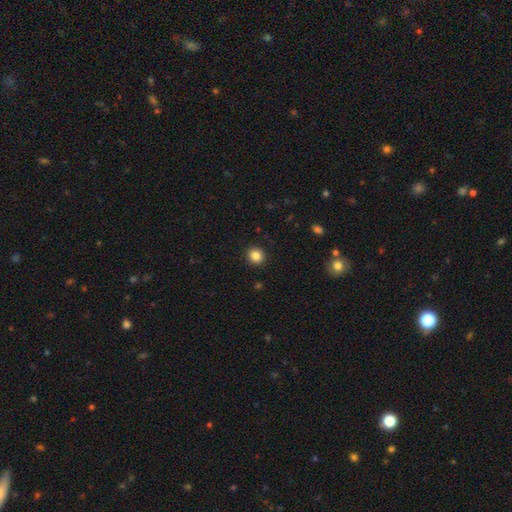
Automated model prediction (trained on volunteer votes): A smooth galaxy with no disk features (85%) that is round (83%).

Vote fractions:
- Smooth or featured? smooth: 85% / star or artifact: 11% / featured or disk: 4%
- How rounded? round: 83% / in between: 16% / cigar-shaped: 1%
- Merging? none: 92% / minor disturbance: 5% / major disturbance: 2% / merger: 1%